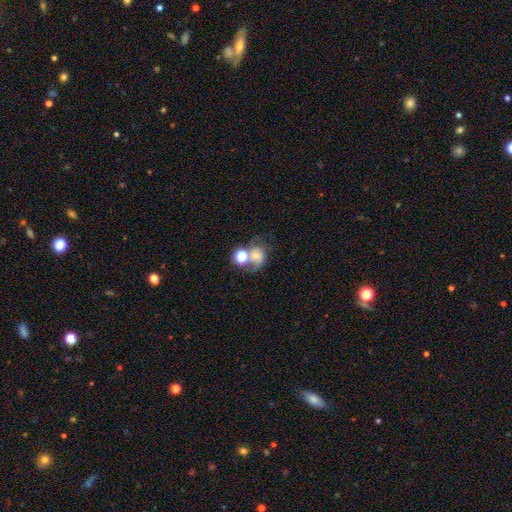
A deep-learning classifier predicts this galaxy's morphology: The model was most divided on "smooth or featured": smooth: 48%, featured or disk: 37%, star or artifact: 14%. Remaining: merging — merger (42%).